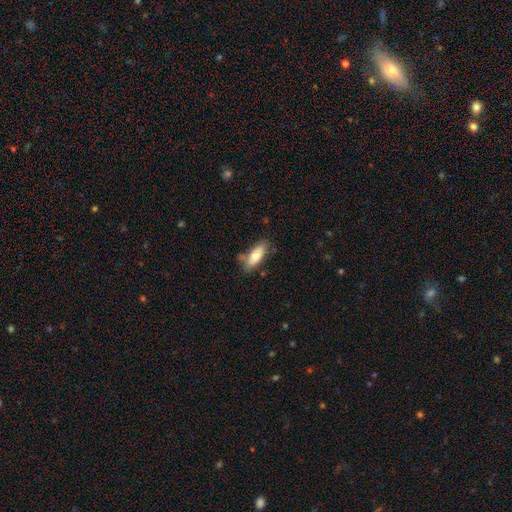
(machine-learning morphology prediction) smooth 70%, featured or disk 24%, star or artifact 6%. Down the decision tree: how rounded — in between (73%); merging — none (71%).